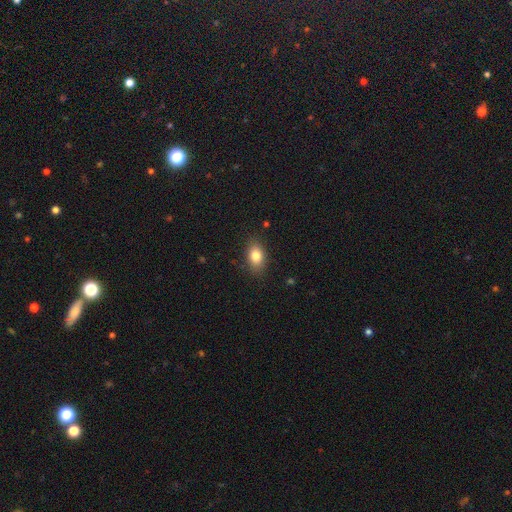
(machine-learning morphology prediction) Smooth or featured? Predicted: smooth (p=0.82). How rounded? Predicted: in between (p=0.83). Merging? Predicted: none (p=0.85).